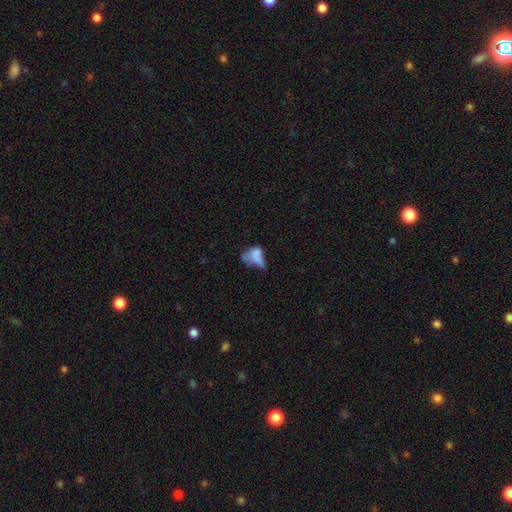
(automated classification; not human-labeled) Smooth or featured? Predicted: smooth (p=0.59). How rounded? Predicted: in between (p=0.80). Merging? Predicted: major disturbance (p=0.37).